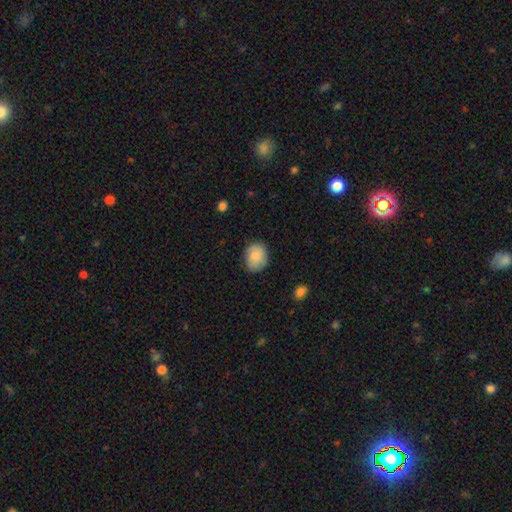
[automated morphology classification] Overall: smooth (81%). How rounded: in between (51%; round 48%). Merging: none (77%).